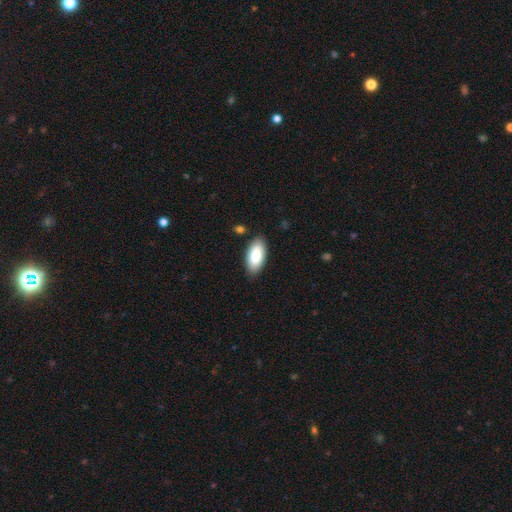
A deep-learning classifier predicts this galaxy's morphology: Smooth or featured? smooth (87%)
How rounded? in between (91%)
Merging? none (87%)